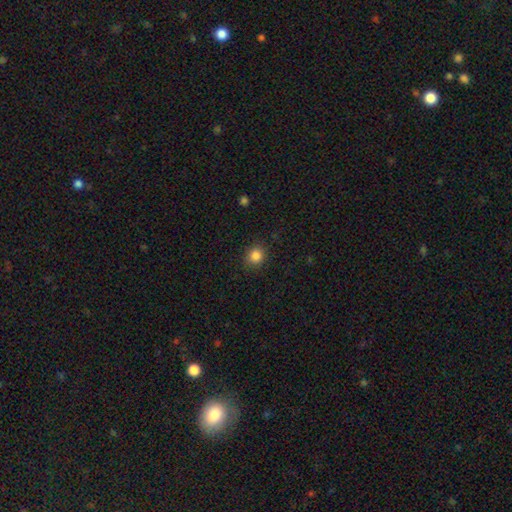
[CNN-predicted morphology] Smooth or featured? smooth (85%)
How rounded? round (82%)
Merging? none (88%)